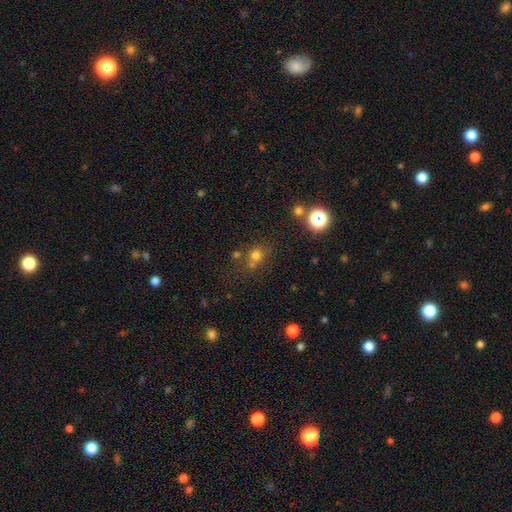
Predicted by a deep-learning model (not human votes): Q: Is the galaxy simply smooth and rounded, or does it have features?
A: smooth — 69%.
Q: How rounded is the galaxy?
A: round — 79%.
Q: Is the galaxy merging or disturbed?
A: none — 58%.